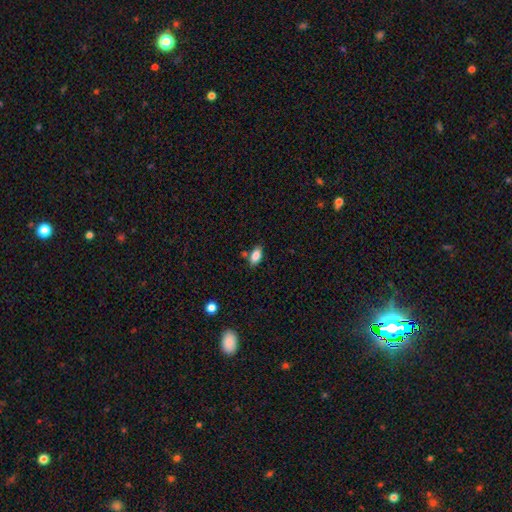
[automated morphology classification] A smooth galaxy with no disk features (86%) that is in between round and cigar-shaped (90%).

Vote fractions:
- Smooth or featured? smooth: 86% / star or artifact: 8% / featured or disk: 6%
- How rounded? in between: 90% / cigar-shaped: 5% / round: 5%
- Merging? none: 73% / minor disturbance: 15% / merger: 9% / major disturbance: 3%